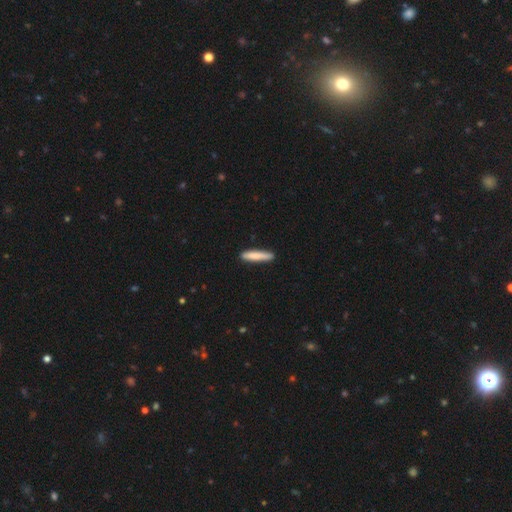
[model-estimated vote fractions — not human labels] Smooth or featured: smooth — 82% (featured or disk — 12%)
How rounded: cigar-shaped — 91% (in between — 8%)
Merging: none — 89% (minor disturbance — 9%)